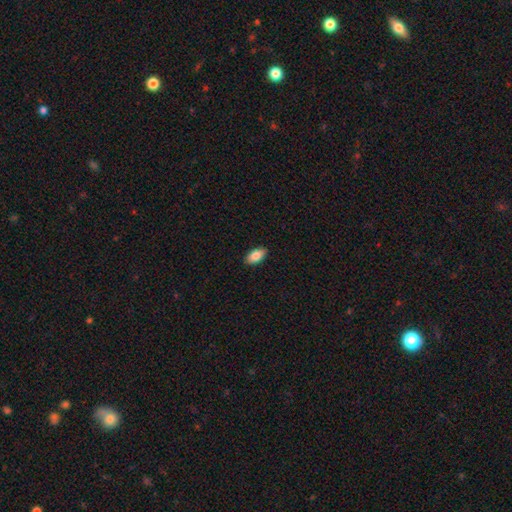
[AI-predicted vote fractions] smooth 86%, featured or disk 8%, star or artifact 7%. Down the decision tree: how rounded — in between (93%); merging — none (89%).